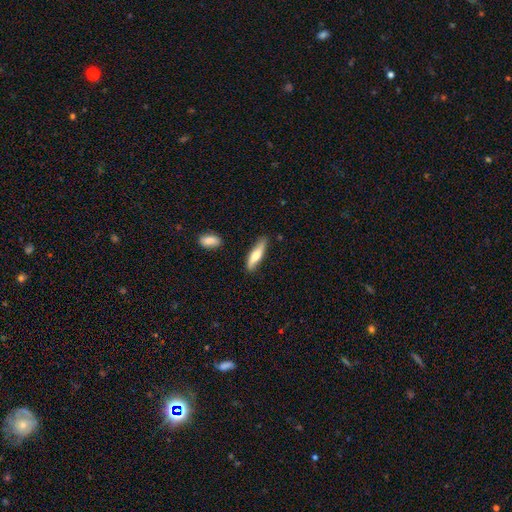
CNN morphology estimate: Smooth or featured: smooth — 64% (featured or disk — 31%)
How rounded: cigar-shaped — 68% (in between — 30%)
Merging: none — 81% (minor disturbance — 15%)